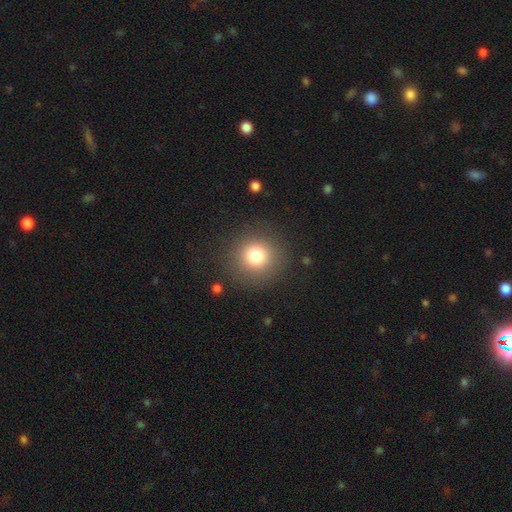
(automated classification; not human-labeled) Q: Smooth or featured?
A: smooth (79%); runner-up: star or artifact (12%)
Q: How rounded?
A: round (94%); runner-up: in between (5%)
Q: Merging?
A: none (87%); runner-up: minor disturbance (7%)